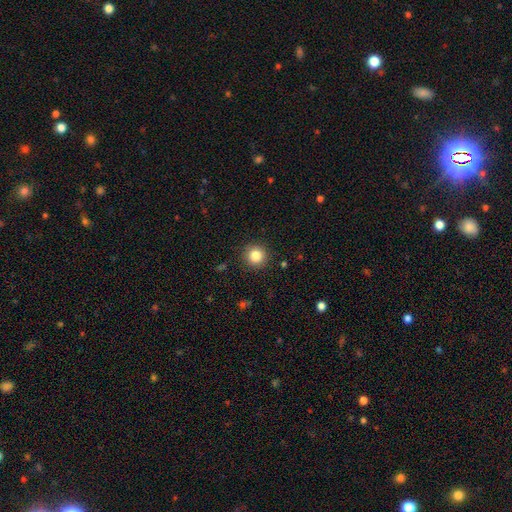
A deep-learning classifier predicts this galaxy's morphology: Smooth or featured? smooth (84%)
How rounded? round (94%)
Merging? none (91%)